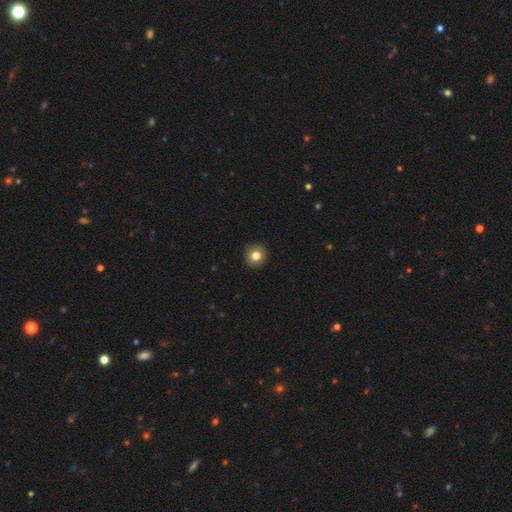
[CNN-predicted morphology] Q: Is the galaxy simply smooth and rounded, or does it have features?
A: smooth — 81%.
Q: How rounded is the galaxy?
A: round — 91%.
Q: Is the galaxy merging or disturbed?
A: none — 90%.